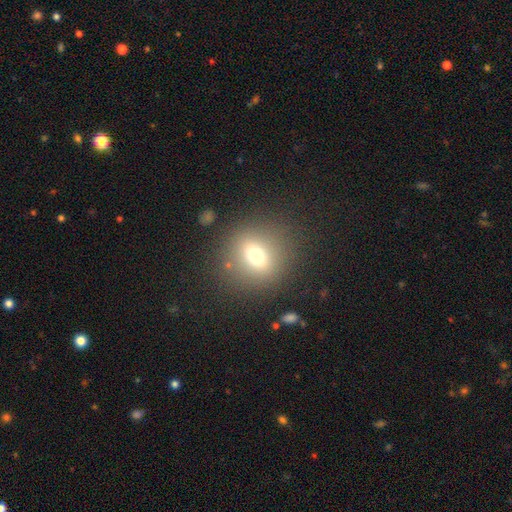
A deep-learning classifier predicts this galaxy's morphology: Smooth or featured?
  - smooth: 69% *
  - star or artifact: 16%
  - featured or disk: 15%
How rounded?
  - round: 72% *
  - in between: 26%
  - cigar-shaped: 2%
Merging?
  - none: 83% *
  - minor disturbance: 9%
  - major disturbance: 5%
  - merger: 3%